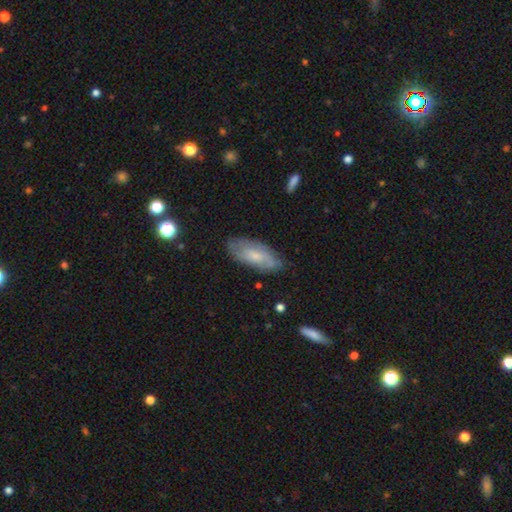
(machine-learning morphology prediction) Overall: smooth (51%; featured or disk 42%). How rounded: in between (82%). Merging: none (70%).